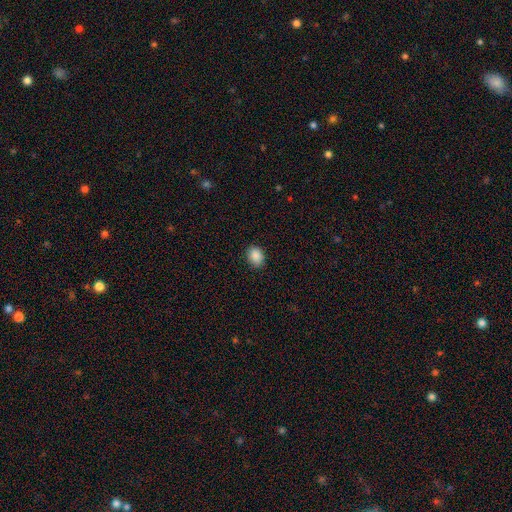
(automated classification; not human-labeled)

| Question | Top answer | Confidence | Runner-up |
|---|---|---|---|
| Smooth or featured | smooth | 88% | star or artifact (9%) |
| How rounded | in between | 58% | round (41%) |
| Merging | none | 86% | minor disturbance (11%) |